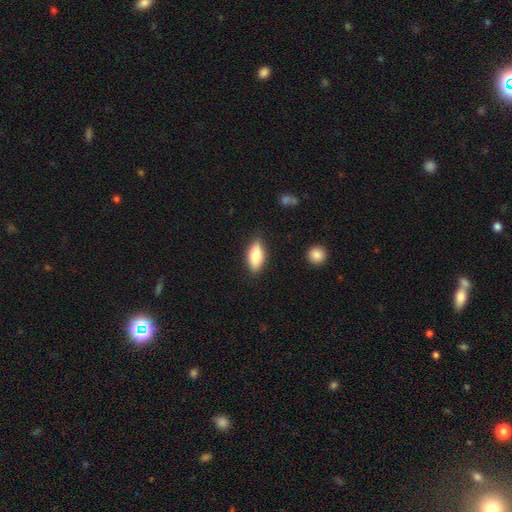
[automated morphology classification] smooth_or_featured: smooth (p=0.77) [alt: featured or disk p=0.17]
how_rounded: in between (p=0.81) [alt: cigar-shaped p=0.17]
merging: none (p=0.85) [alt: minor disturbance p=0.11]